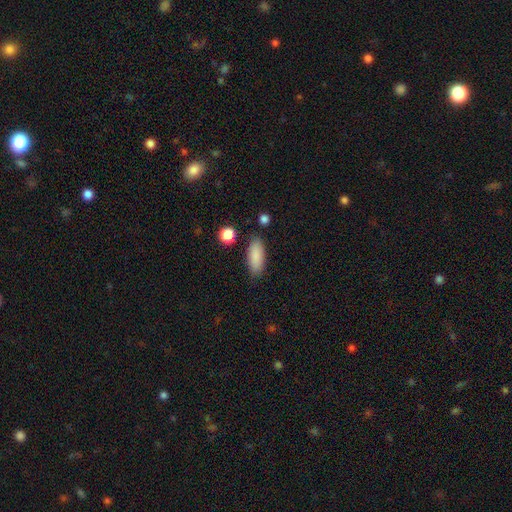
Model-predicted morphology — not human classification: Smooth or featured?
  - smooth: 88% *
  - star or artifact: 7%
  - featured or disk: 6%
How rounded?
  - in between: 73% *
  - cigar-shaped: 24%
  - round: 2%
Merging?
  - none: 84% *
  - minor disturbance: 10%
  - major disturbance: 3%
  - merger: 3%